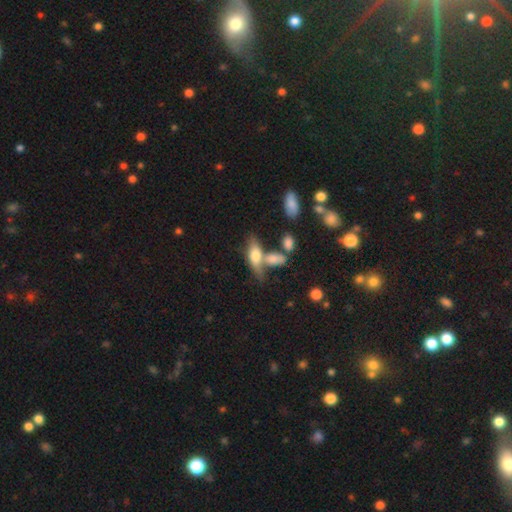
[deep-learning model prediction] smooth_or_featured: smooth (p=0.62) [alt: featured or disk p=0.30]
how_rounded: in between (p=0.70) [alt: cigar-shaped p=0.25]
merging: merger (p=0.41) [alt: none p=0.34]